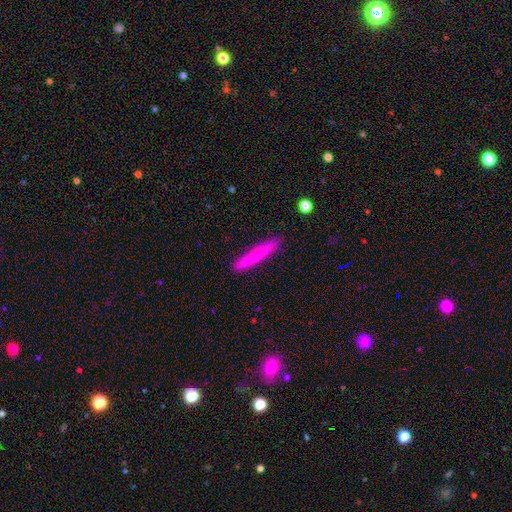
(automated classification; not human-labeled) A smooth galaxy with no disk features (72%) that is cigar-shaped (96%).

Vote fractions:
- Smooth or featured? smooth: 72% / featured or disk: 22% / star or artifact: 6%
- How rounded? cigar-shaped: 96% / in between: 3% / round: 1%
- Merging? none: 89% / minor disturbance: 8% / major disturbance: 2% / merger: 1%